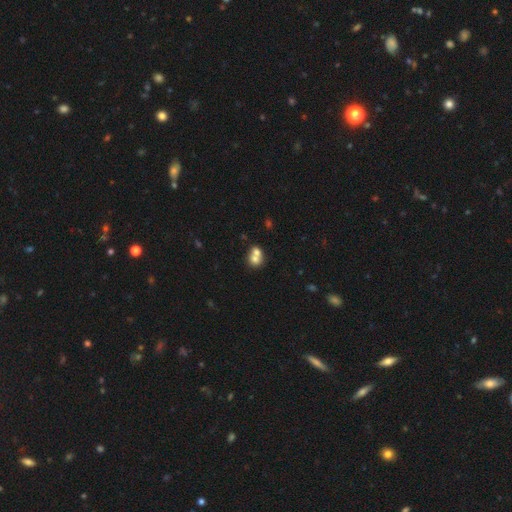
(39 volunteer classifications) A smooth galaxy with no disk features (82%) that is round (59%). Merging: merger (68%).